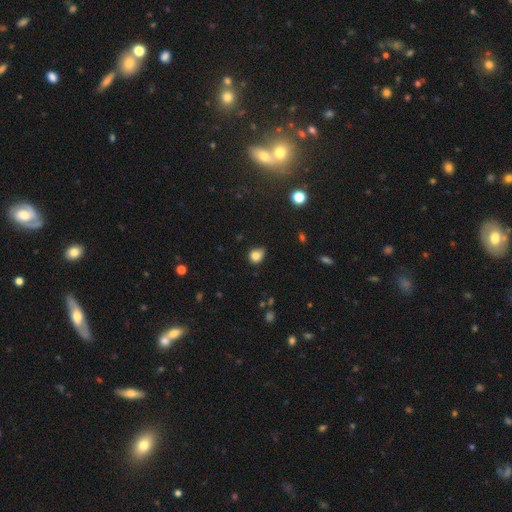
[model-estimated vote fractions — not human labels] Q: Smooth or featured?
A: smooth (82%); runner-up: star or artifact (11%)
Q: How rounded?
A: round (60%); runner-up: in between (39%)
Q: Merging?
A: none (56%); runner-up: minor disturbance (34%)